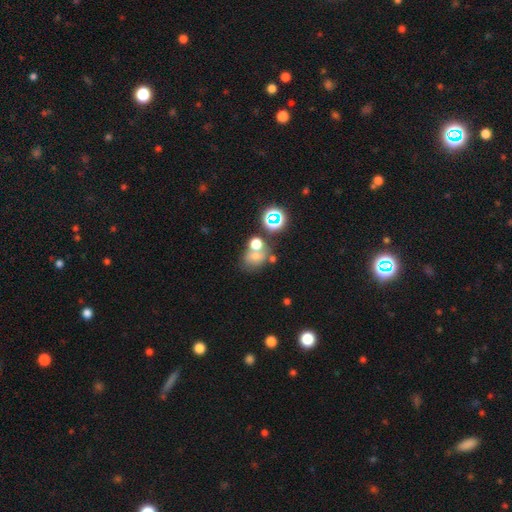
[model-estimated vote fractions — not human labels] smooth 58%, star or artifact 24%, featured or disk 17%. Down the decision tree: how rounded — round (52%); merging — none (40%).